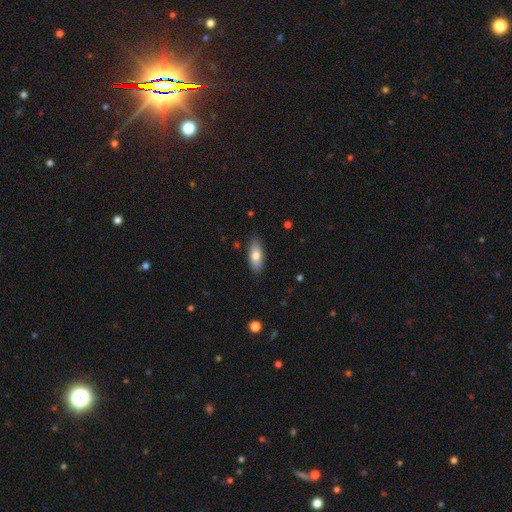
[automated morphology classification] smooth-or-featured: smooth: 75% | featured or disk: 18% | star or artifact: 7%
  how-rounded: in between: 82% | cigar-shaped: 15% | round: 3%
  merging: none: 84% | minor disturbance: 12% | major disturbance: 2% | merger: 1%